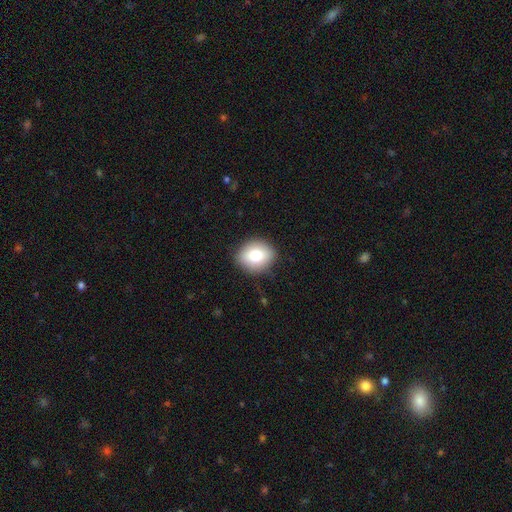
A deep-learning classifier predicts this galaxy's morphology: Smooth or featured: smooth — 78% (featured or disk — 14%)
How rounded: round — 64% (in between — 35%)
Merging: none — 87% (minor disturbance — 10%)